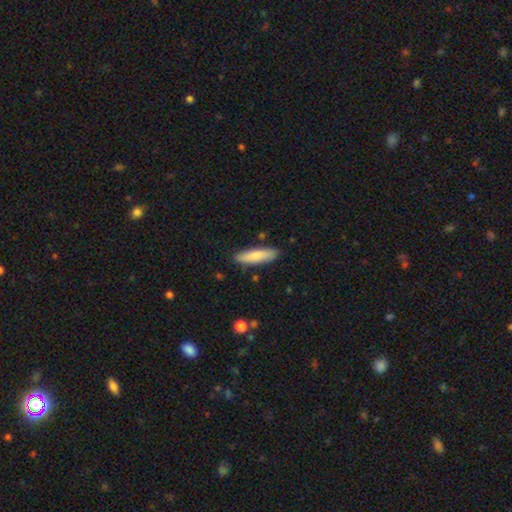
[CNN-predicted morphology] smooth_or_featured: smooth (p=0.78) [alt: featured or disk p=0.17]
how_rounded: cigar-shaped (p=0.63) [alt: in between p=0.35]
merging: none (p=0.85) [alt: minor disturbance p=0.11]